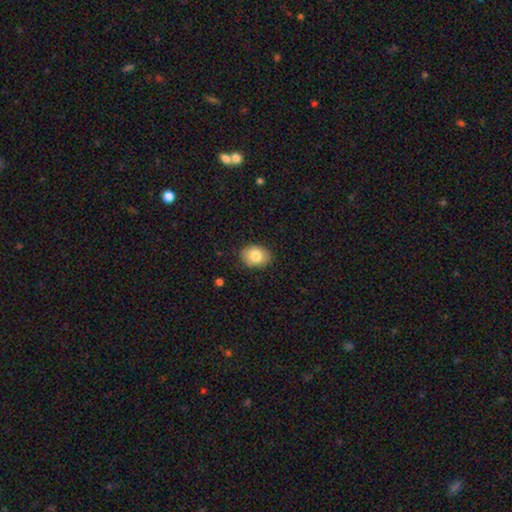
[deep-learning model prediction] This is clearly a smooth galaxy (81%). How rounded: likely in between (69%). Merging: clearly none (84%).